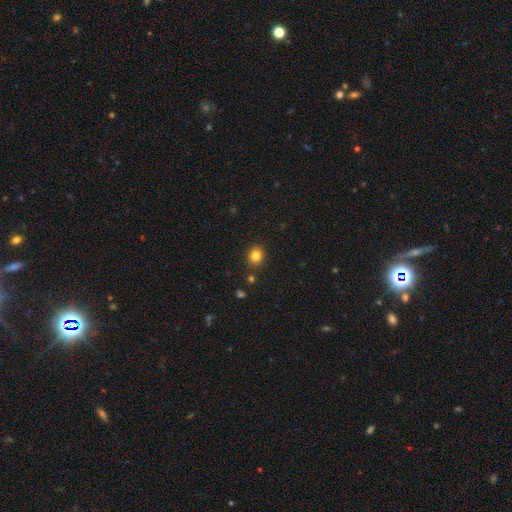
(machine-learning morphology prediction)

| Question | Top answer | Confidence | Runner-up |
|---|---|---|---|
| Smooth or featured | smooth | 83% | star or artifact (12%) |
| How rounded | round | 72% | in between (27%) |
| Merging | none | 88% | minor disturbance (8%) |